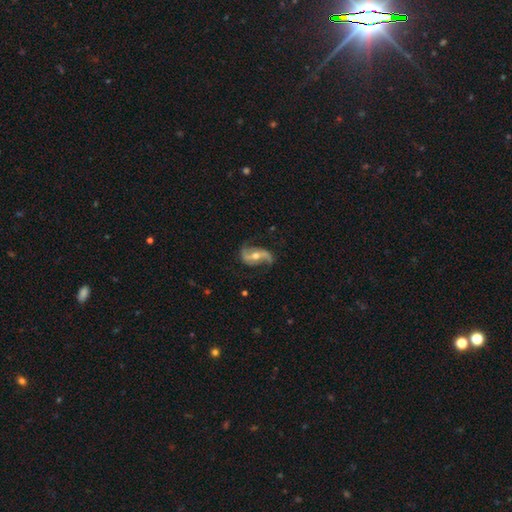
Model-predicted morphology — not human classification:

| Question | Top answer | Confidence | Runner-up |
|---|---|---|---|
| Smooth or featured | featured or disk | 86% | smooth (9%) |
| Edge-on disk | no | 96% | yes (4%) |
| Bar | strong | 35% | weak (34%) |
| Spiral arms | yes | 95% | no (5%) |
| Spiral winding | loose | 66% | medium (26%) |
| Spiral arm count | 2 | 91% | 1 (3%) |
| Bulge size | moderate | 63% | small (32%) |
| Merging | none | 72% | minor disturbance (18%) |